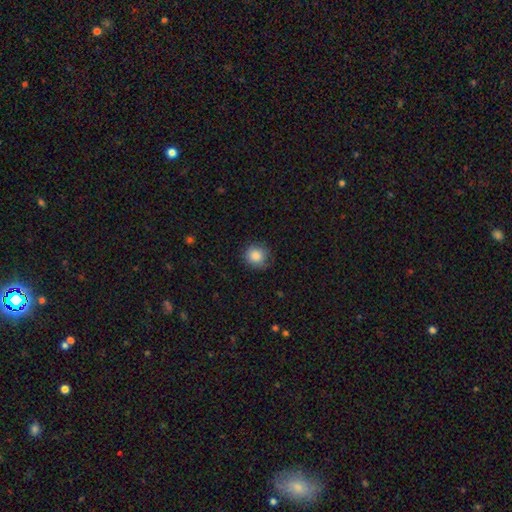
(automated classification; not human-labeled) This is clearly a smooth galaxy (86%). How rounded: clearly round (89%). Merging: likely none (77%).